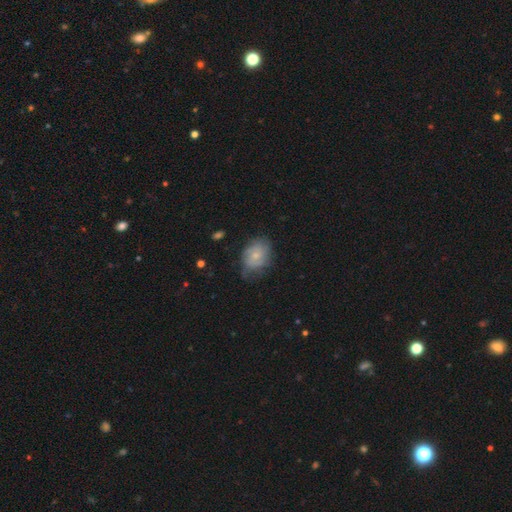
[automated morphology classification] Smooth or featured: smooth — 61% (featured or disk — 31%)
How rounded: in between — 64% (round — 35%)
Merging: none — 57% (minor disturbance — 32%)